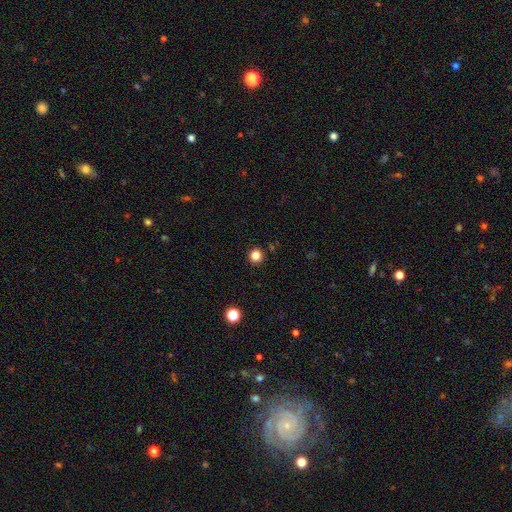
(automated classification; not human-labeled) Morphology: type=smooth (83%); roundness=round (94%); merging=none (92%).